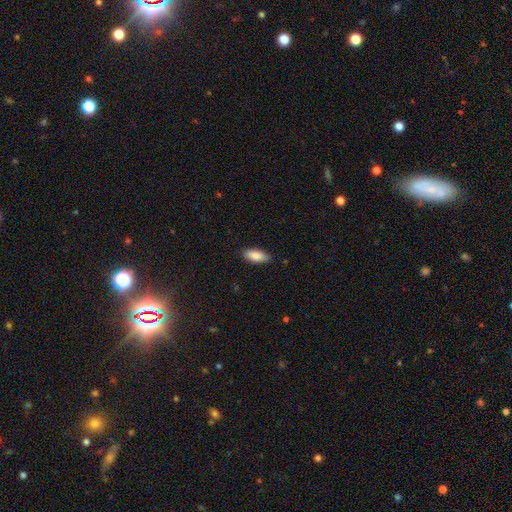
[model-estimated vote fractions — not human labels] Smooth or featured?
  - smooth: 87% *
  - featured or disk: 6%
  - star or artifact: 6%
How rounded?
  - in between: 83% *
  - cigar-shaped: 15%
  - round: 2%
Merging?
  - none: 87% *
  - minor disturbance: 10%
  - major disturbance: 2%
  - merger: 1%